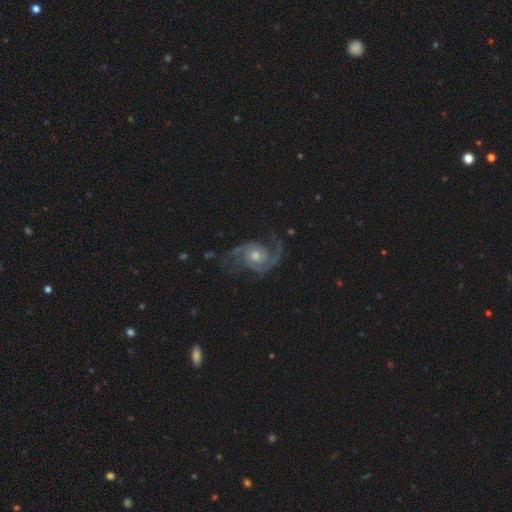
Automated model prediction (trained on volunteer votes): Smooth or featured? featured or disk (91%)
Edge-on disk? no (98%)
Bar? no (71%)
Spiral arms? yes (98%)
Spiral winding? medium (53%)
Spiral arm count? 2 (81%)
Bulge size? moderate (58%)
Merging? none (70%)